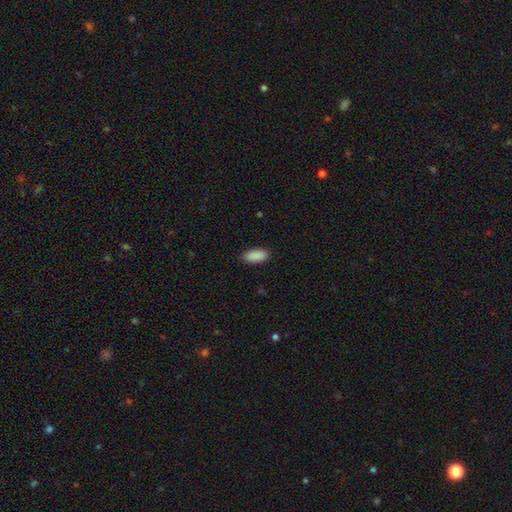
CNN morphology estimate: Smooth or featured?
  - smooth: 91% *
  - star or artifact: 6%
  - featured or disk: 3%
How rounded?
  - in between: 89% *
  - cigar-shaped: 9%
  - round: 2%
Merging?
  - none: 88% *
  - minor disturbance: 9%
  - major disturbance: 2%
  - merger: 1%